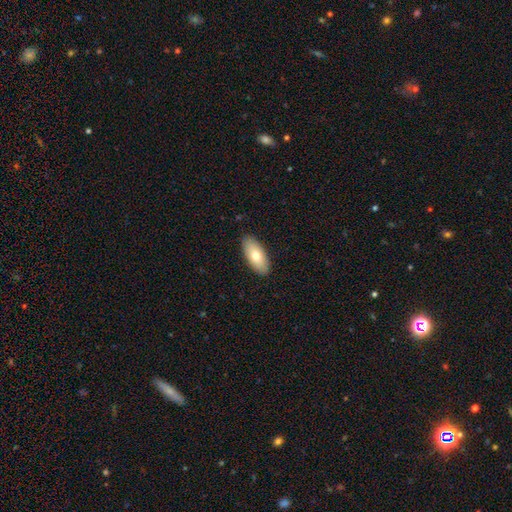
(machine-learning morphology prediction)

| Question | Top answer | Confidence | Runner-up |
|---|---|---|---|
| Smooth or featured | smooth | 74% | featured or disk (20%) |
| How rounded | in between | 88% | cigar-shaped (10%) |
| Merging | none | 89% | minor disturbance (8%) |